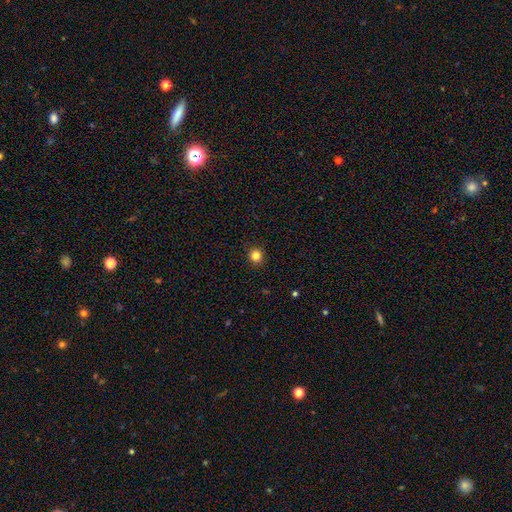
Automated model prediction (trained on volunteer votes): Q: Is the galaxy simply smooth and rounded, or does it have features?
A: smooth — 83%.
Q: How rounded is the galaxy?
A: round — 92%.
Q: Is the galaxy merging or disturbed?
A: none — 92%.